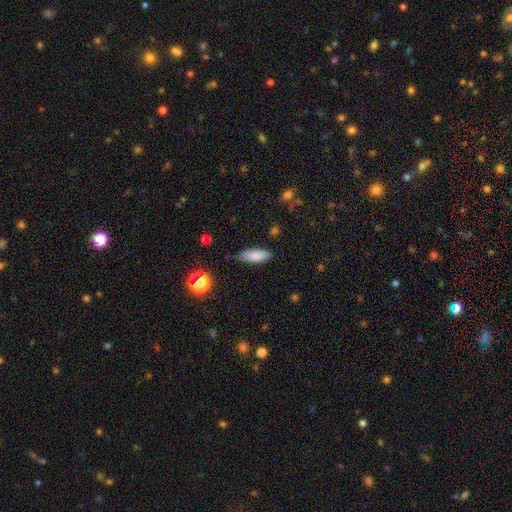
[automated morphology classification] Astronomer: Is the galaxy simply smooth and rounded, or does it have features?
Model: smooth — 84%.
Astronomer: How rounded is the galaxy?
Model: in between — 69%.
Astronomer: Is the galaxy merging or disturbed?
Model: none — 78%.